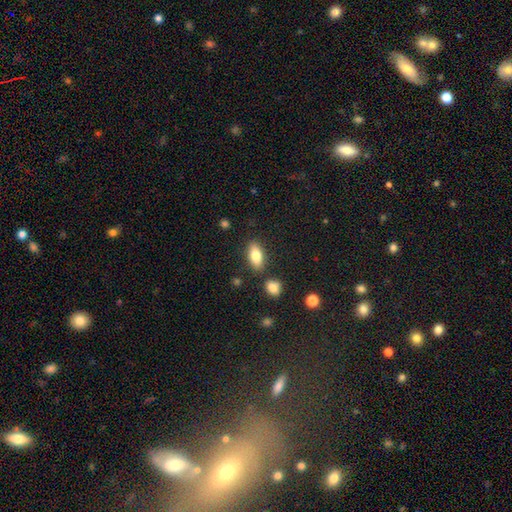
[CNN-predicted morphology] Smooth or featured? Predicted: smooth (p=0.78). How rounded? Predicted: in between (p=0.85). Merging? Predicted: none (p=0.81).